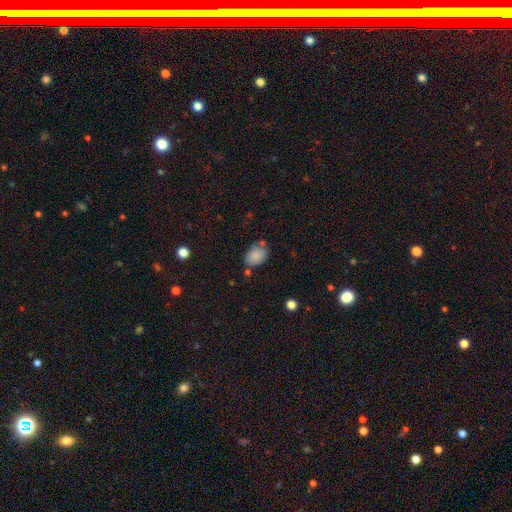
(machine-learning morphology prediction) Smooth or featured? smooth (85%)
How rounded? in between (81%)
Merging? none (66%)